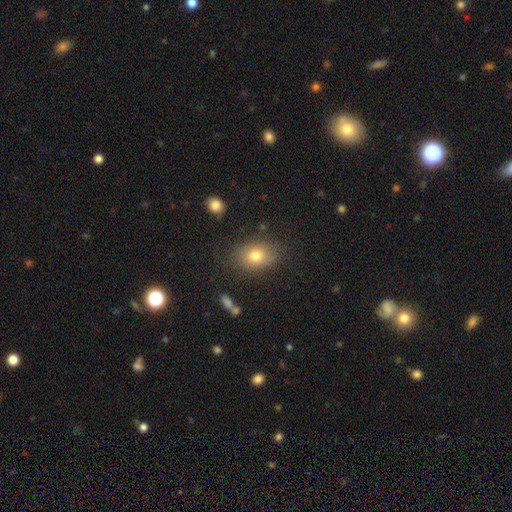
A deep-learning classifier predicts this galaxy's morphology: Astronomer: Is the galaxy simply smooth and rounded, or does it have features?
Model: smooth — 76%.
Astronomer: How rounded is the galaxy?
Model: in between — 71%.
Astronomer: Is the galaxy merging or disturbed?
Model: none — 79%.